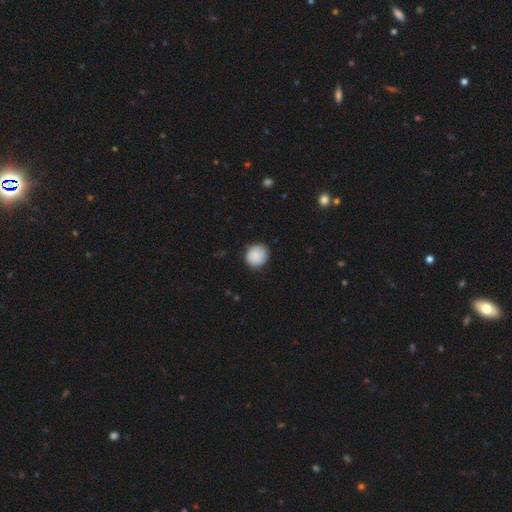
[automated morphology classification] The model was most divided on "merging": none: 87%, minor disturbance: 10%, major disturbance: 2%, merger: 1%. More confident: smooth or featured — smooth (89%); how rounded — round (88%).